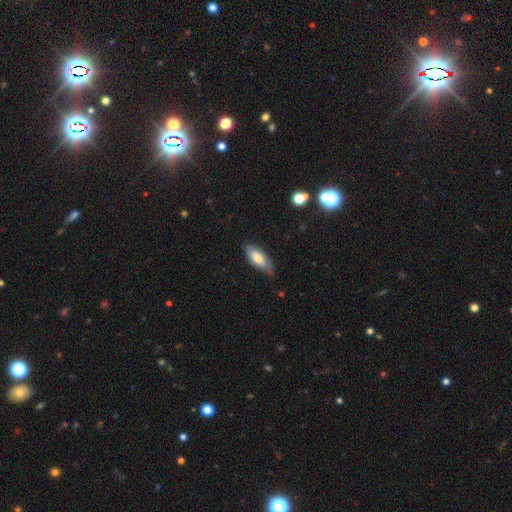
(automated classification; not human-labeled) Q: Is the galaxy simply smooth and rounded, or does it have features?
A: smooth — 66%.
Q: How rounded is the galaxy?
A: in between — 80%.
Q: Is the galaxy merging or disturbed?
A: none — 72%.